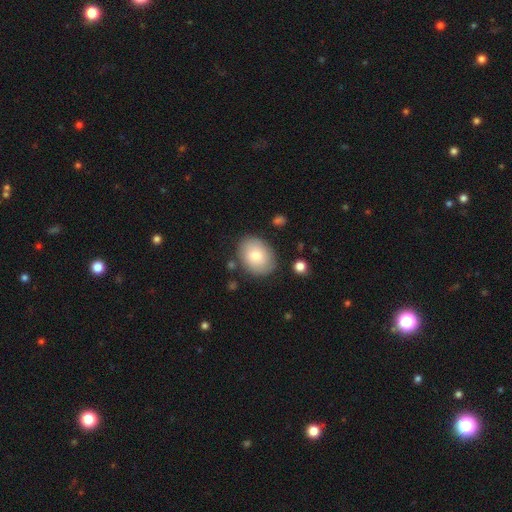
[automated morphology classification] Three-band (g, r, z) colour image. It shows a smooth galaxy with no disk features (76%) that is in between round and cigar-shaped (66%). Merging: none (81%).